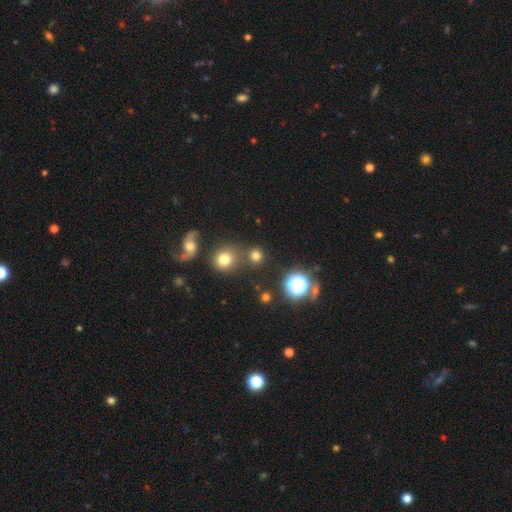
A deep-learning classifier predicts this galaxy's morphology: type=smooth (70%); roundness=round (88%); merging=none (73%).